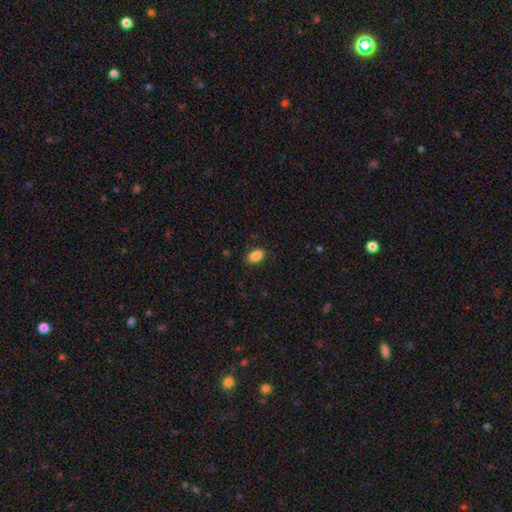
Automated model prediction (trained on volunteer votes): This is clearly a smooth galaxy (88%). How rounded: clearly in between (91%). Merging: clearly none (87%).